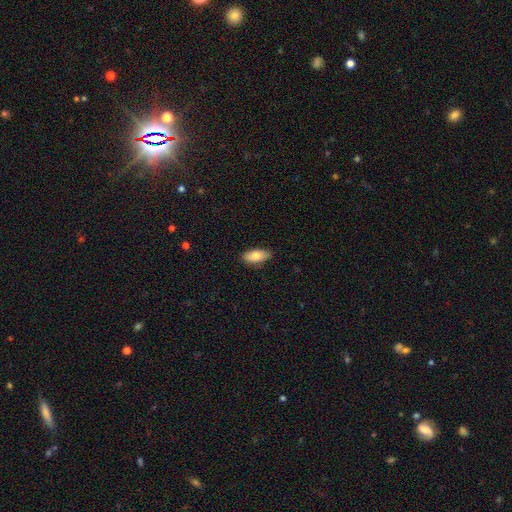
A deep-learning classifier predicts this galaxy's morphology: Smooth or featured? smooth (79%)
How rounded? in between (86%)
Merging? none (84%)